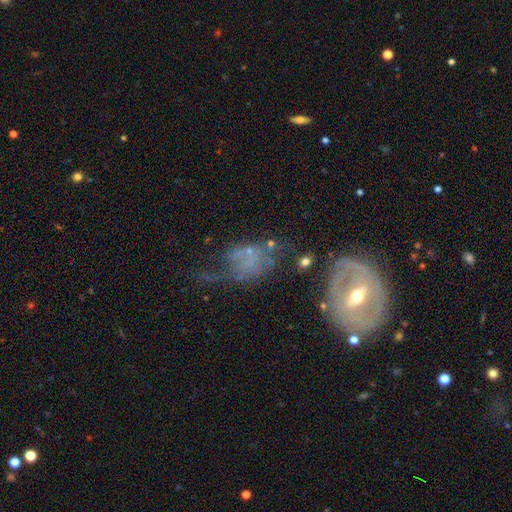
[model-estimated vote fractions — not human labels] Smooth or featured? featured or disk (54%)
Edge-on disk? no (95%)
Bar? no (64%)
Spiral arms? no (53%)
Bulge size? small (37%)
Merging? major disturbance (39%)